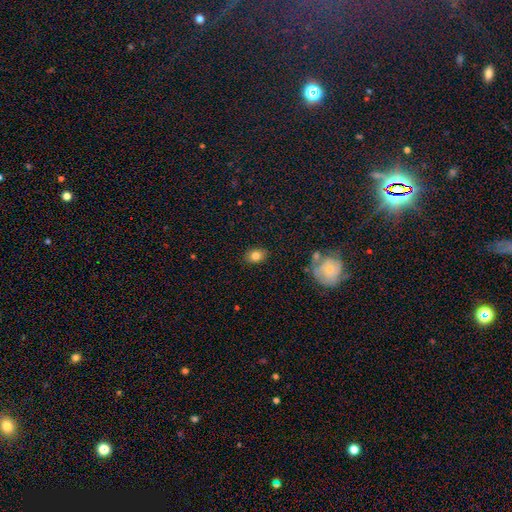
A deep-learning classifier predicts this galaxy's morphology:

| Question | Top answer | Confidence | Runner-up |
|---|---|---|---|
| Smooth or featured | smooth | 81% | star or artifact (10%) |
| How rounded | in between | 70% | round (29%) |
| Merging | none | 86% | minor disturbance (10%) |